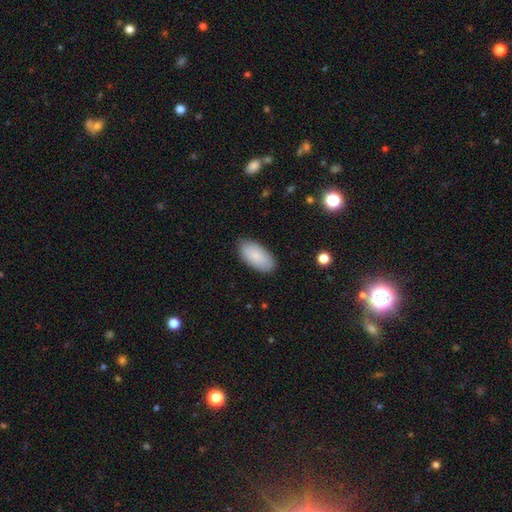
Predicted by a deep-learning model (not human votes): A smooth galaxy with no disk features (84%) that is in between round and cigar-shaped (95%). Merging: none (85%).